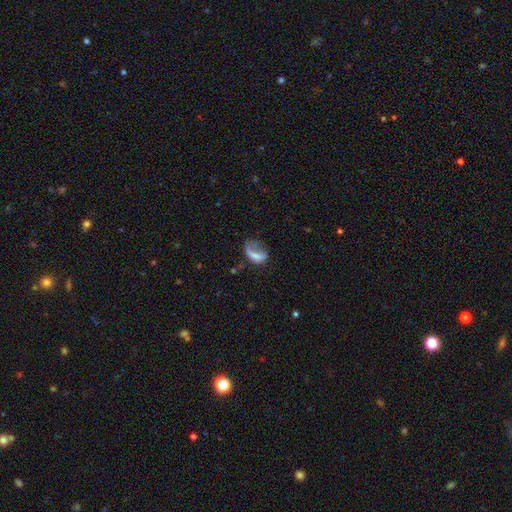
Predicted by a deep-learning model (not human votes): Morphology: type=smooth (54%); roundness=in between (81%); merging=major disturbance (52%).